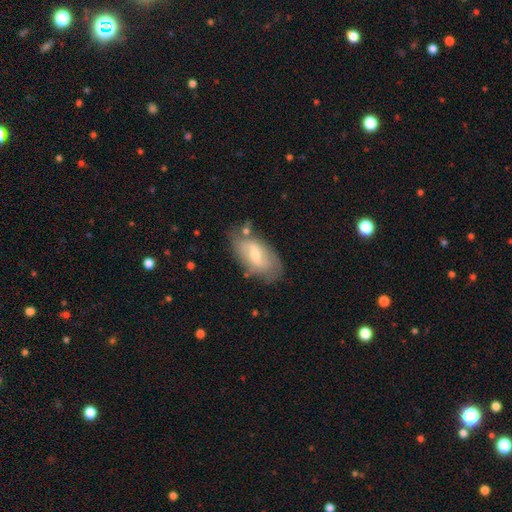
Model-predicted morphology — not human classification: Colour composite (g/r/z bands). It shows a featured or disk galaxy (51%). Merging: none (61%).